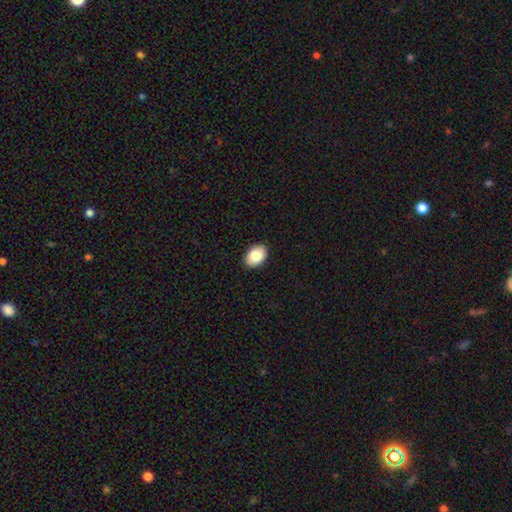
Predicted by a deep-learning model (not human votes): A smooth galaxy with no disk features (84%) that is in between round and cigar-shaped (84%).

Vote fractions:
- Smooth or featured? smooth: 84% / featured or disk: 9% / star or artifact: 7%
- How rounded? in between: 84% / round: 15% / cigar-shaped: 1%
- Merging? none: 90% / minor disturbance: 7% / major disturbance: 2% / merger: 1%